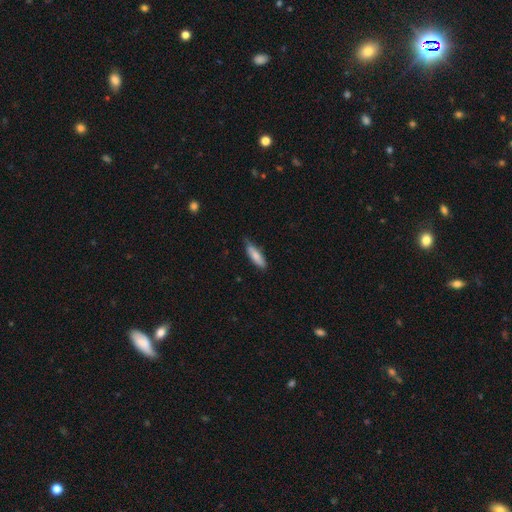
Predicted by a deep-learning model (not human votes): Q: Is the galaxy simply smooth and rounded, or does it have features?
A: smooth — 82%.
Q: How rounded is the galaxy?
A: cigar-shaped — 55%.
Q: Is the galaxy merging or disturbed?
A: none — 67%.